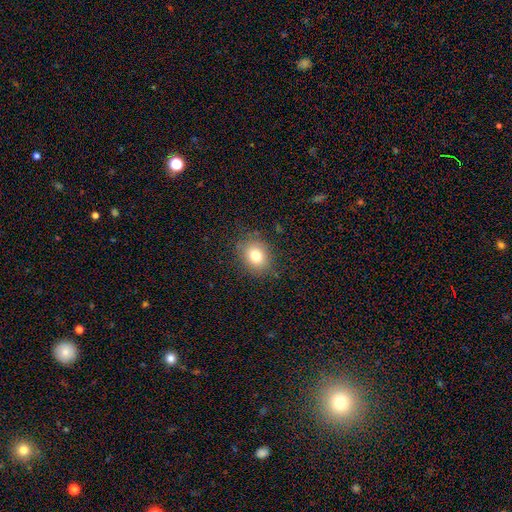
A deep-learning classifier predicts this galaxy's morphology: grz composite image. It shows a smooth galaxy with no disk features (78%) that is round (50%). Merging: none (81%).